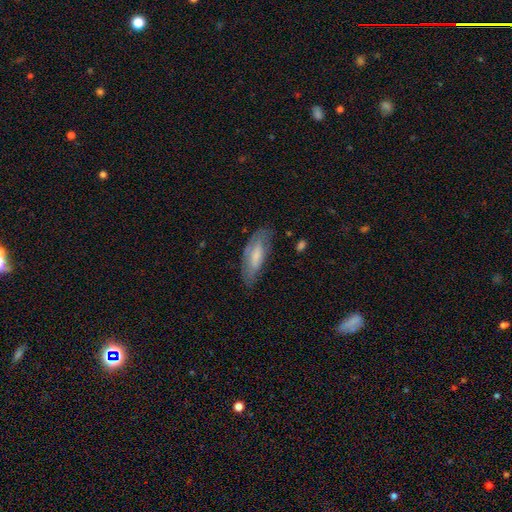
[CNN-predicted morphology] This appears to be a smooth galaxy with no disk features (61%) that is in between round and cigar-shaped (65%). Merging: none (67%).